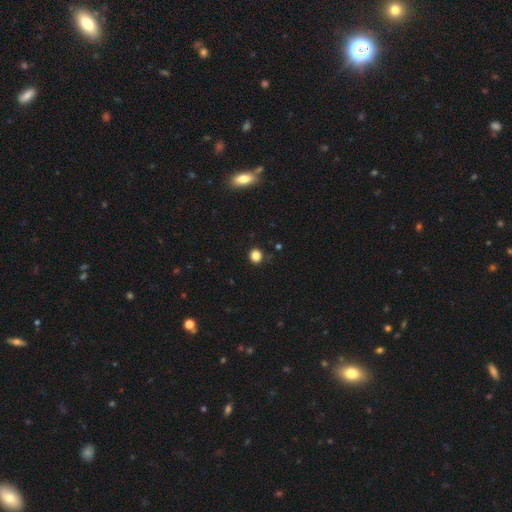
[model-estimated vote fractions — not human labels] Smooth or featured?
  - smooth: 83% *
  - star or artifact: 13%
  - featured or disk: 4%
How rounded?
  - round: 83% *
  - in between: 16%
  - cigar-shaped: 1%
Merging?
  - none: 87% *
  - minor disturbance: 9%
  - major disturbance: 2%
  - merger: 2%